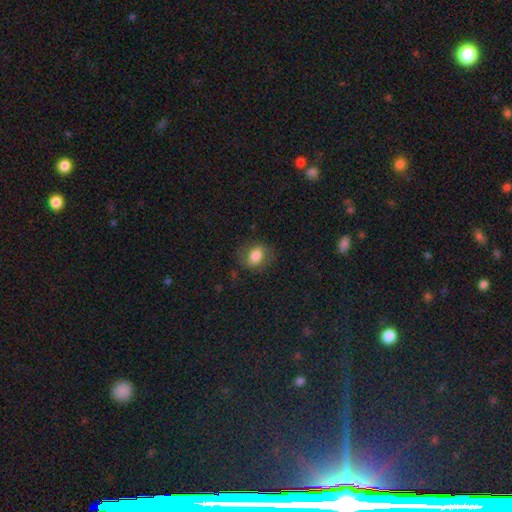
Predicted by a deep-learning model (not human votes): Smooth or featured: smooth — 72% (featured or disk — 18%)
How rounded: in between — 63% (round — 36%)
Merging: none — 73% (minor disturbance — 17%)